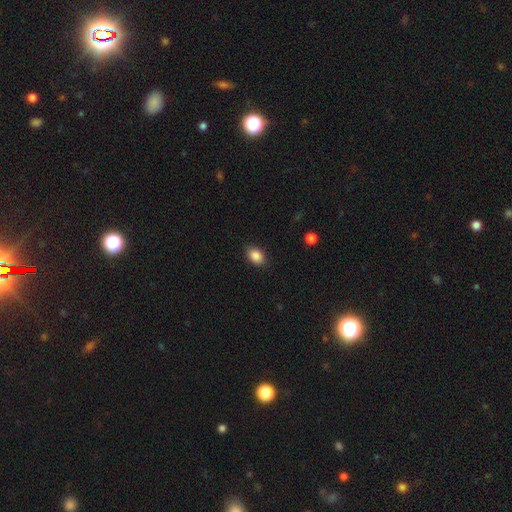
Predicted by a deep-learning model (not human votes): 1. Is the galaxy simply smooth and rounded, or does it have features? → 88% smooth, 8% star or artifact, 4% featured or disk.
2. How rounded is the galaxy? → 85% in between, 14% round, 1% cigar-shaped.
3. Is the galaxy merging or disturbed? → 86% none, 10% minor disturbance, 3% major disturbance, 1% merger.